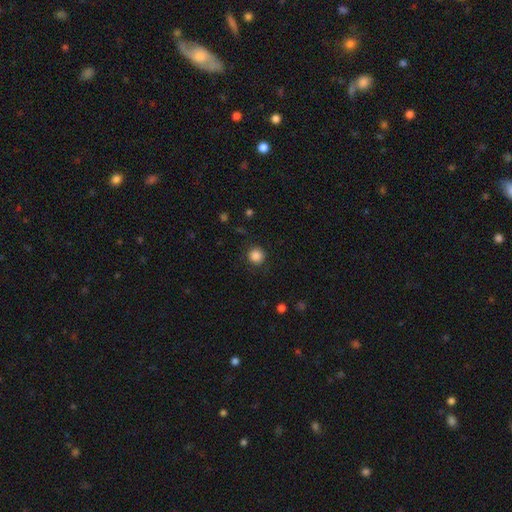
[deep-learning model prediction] Smooth or featured?
  - smooth: 86% *
  - star or artifact: 11%
  - featured or disk: 3%
How rounded?
  - round: 94% *
  - in between: 5%
  - cigar-shaped: 1%
Merging?
  - none: 88% *
  - minor disturbance: 8%
  - major disturbance: 3%
  - merger: 1%